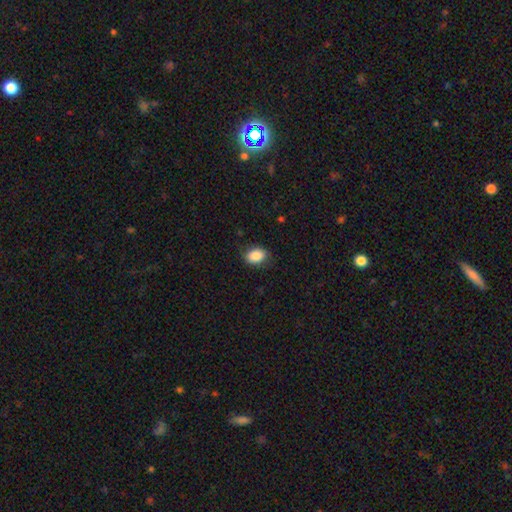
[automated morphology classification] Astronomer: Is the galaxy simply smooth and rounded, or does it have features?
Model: smooth — 86%.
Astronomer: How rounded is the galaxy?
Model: in between — 71%.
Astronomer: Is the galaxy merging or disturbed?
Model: none — 79%.